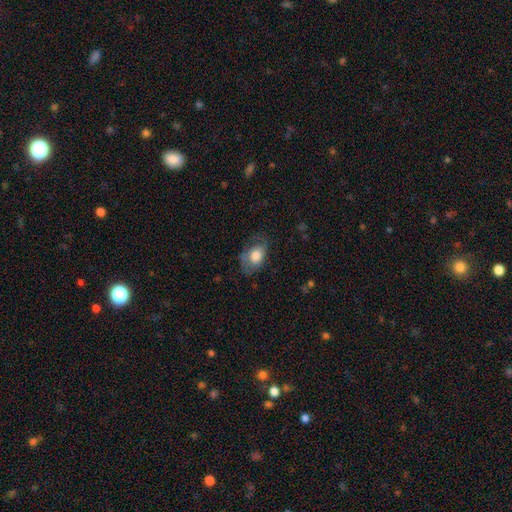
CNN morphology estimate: smooth_or_featured: smooth (p=0.66) [alt: featured or disk p=0.27]
how_rounded: in between (p=0.85) [alt: round p=0.14]
merging: none (p=0.57) [alt: minor disturbance p=0.27]